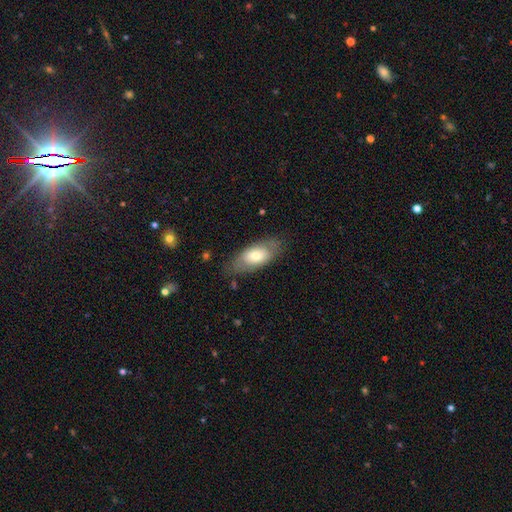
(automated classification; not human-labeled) smooth-or-featured: smooth: 63% | featured or disk: 31% | star or artifact: 6%
  how-rounded: in between: 87% | cigar-shaped: 9% | round: 4%
  merging: none: 74% | minor disturbance: 18% | major disturbance: 6% | merger: 2%